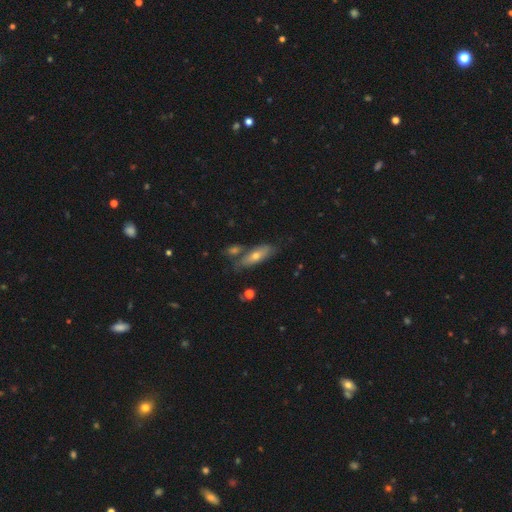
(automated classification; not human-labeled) Q: Smooth or featured?
A: smooth (52%); runner-up: featured or disk (40%)
Q: How rounded?
A: in between (56%); runner-up: cigar-shaped (41%)
Q: Merging?
A: none (64%); runner-up: minor disturbance (17%)